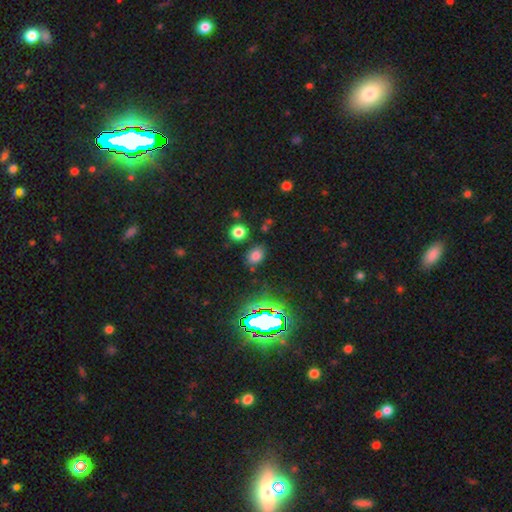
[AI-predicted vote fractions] Q: Smooth or featured?
A: smooth (69%); runner-up: star or artifact (25%)
Q: How rounded?
A: in between (67%); runner-up: round (32%)
Q: Merging?
A: none (80%); runner-up: minor disturbance (12%)